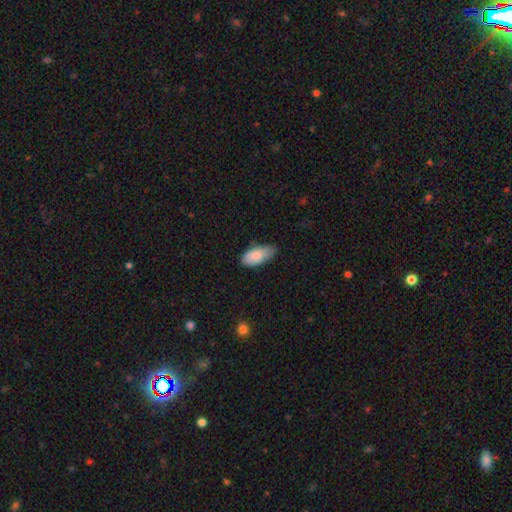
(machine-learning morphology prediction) Smooth or featured? smooth (83%)
How rounded? in between (92%)
Merging? none (61%)